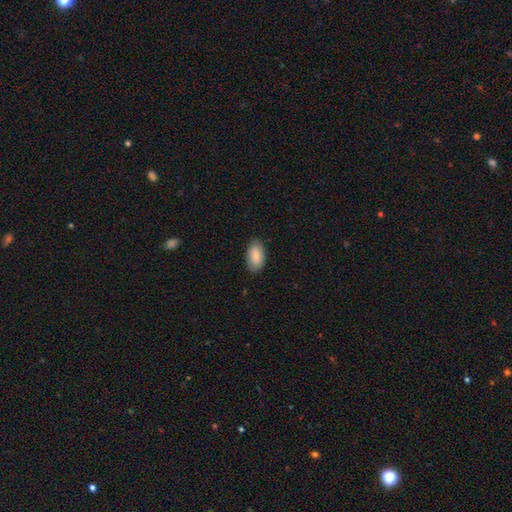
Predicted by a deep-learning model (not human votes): This is clearly a smooth galaxy (85%). How rounded: clearly in between (94%). Merging: clearly none (87%).